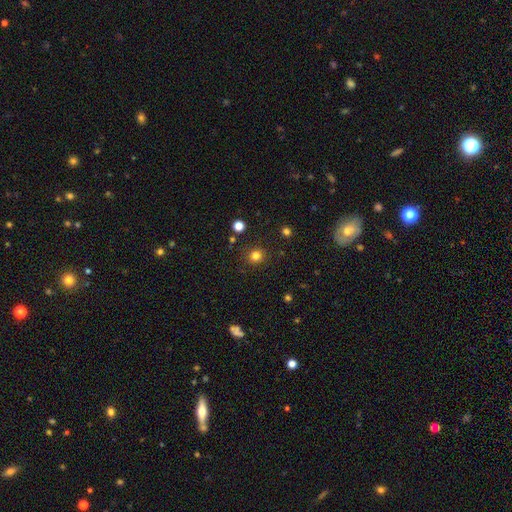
smooth-or-featured: smooth: 87% | featured or disk: 10% | star or artifact: 3%
  how-rounded: round: 91% | in between: 9% | cigar-shaped: 0%
  merging: none: 89% | major disturbance: 5% | minor disturbance: 3% | merger: 3%